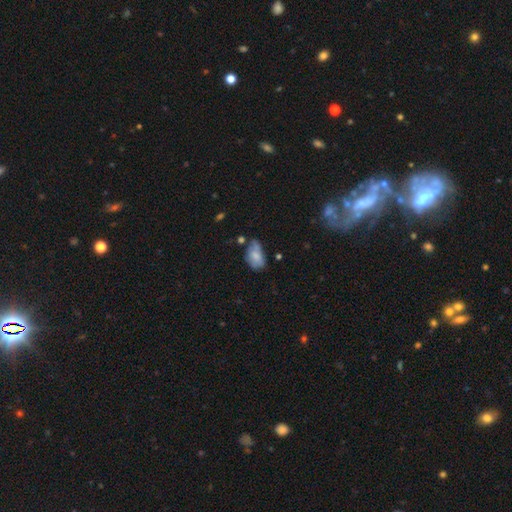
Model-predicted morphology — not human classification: Smooth or featured? smooth (69%)
How rounded? in between (89%)
Merging? none (37%, tied with minor disturbance)